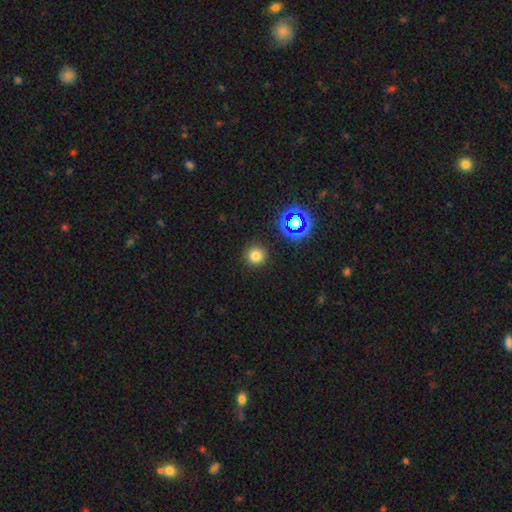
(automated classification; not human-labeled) A smooth galaxy with no disk features (76%) that is round (95%).

Vote fractions:
- Smooth or featured? smooth: 76% / star or artifact: 18% / featured or disk: 6%
- How rounded? round: 95% / in between: 4% / cigar-shaped: 1%
- Merging? none: 90% / minor disturbance: 6% / major disturbance: 2% / merger: 2%